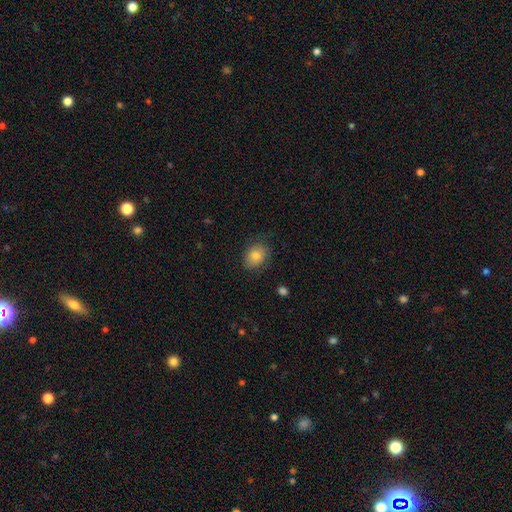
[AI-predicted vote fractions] Smooth or featured: smooth — 78% (featured or disk — 13%)
How rounded: in between — 56% (round — 43%)
Merging: none — 76% (minor disturbance — 18%)